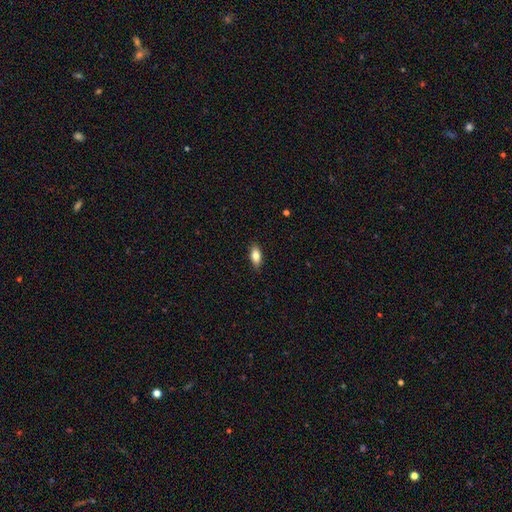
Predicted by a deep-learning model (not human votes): Overall: smooth (80%). How rounded: in between (84%). Merging: none (87%).